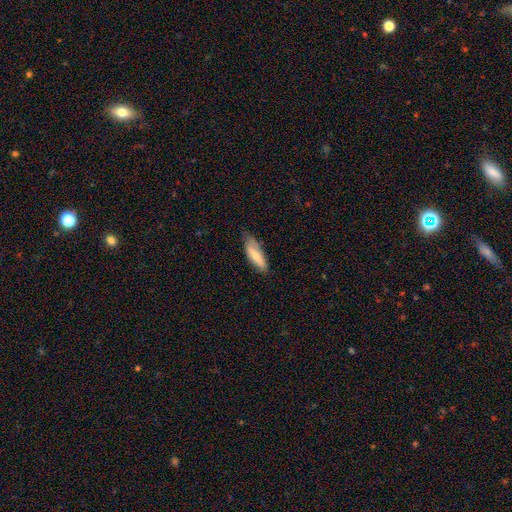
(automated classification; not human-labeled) Overall: smooth (67%; featured or disk 27%). How rounded: in between (50%; cigar-shaped 48%). Merging: none (65%; minor disturbance 28%).